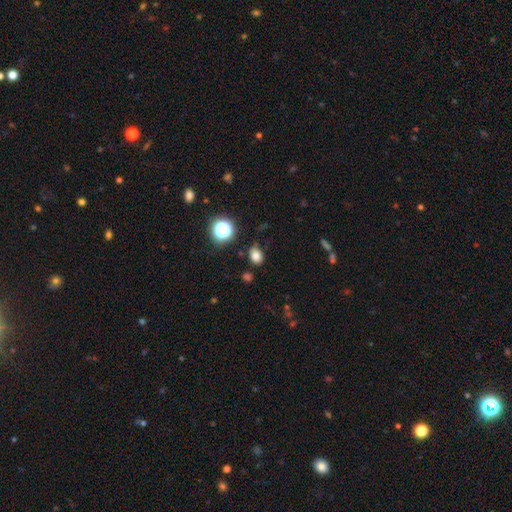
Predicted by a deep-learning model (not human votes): Smooth or featured? Predicted: smooth (p=0.79). How rounded? Predicted: in between (p=0.63). Merging? Predicted: none (p=0.77).